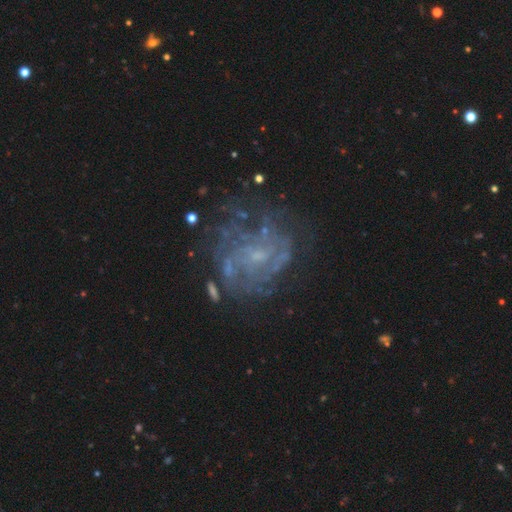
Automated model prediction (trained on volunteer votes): This is likely a featured or disk galaxy (75%). It is clearly not viewed edge-on (98%). Bar: likely no (66%). Spiral arm pattern: likely yes (75%). Spiral arm count: possibly can't tell (51%). Spiral winding: possibly tight (47%). Central bulge: likely small (65%). Merging: likely none (62%).